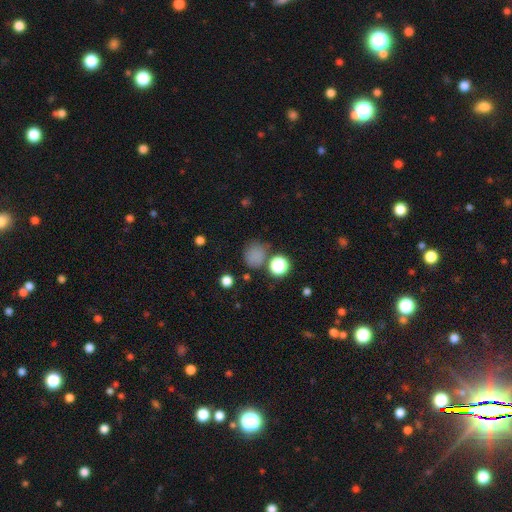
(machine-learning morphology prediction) Smooth or featured: smooth — 72% (star or artifact — 22%)
How rounded: round — 80% (in between — 19%)
Merging: none — 68% (minor disturbance — 16%)